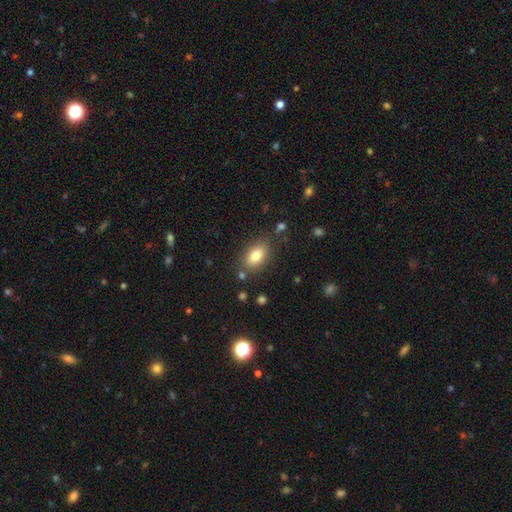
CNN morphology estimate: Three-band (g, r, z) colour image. It shows a smooth galaxy with no disk features (80%) that is in between round and cigar-shaped (87%). Merging: none (81%).